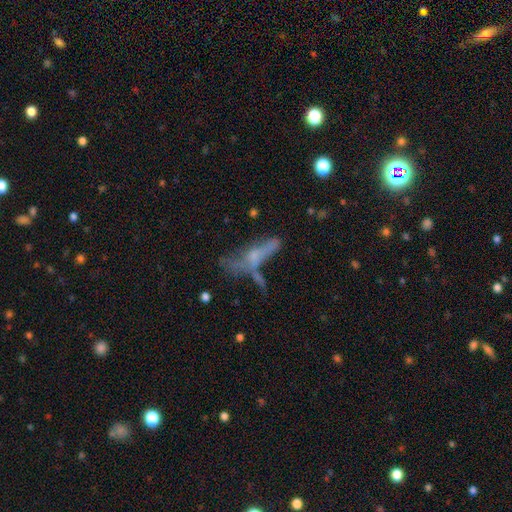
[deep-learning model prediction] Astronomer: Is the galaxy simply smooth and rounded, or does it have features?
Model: featured or disk — 46% (runner-up: smooth, 40%).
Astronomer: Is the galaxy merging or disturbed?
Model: none — 31% (runner-up: major disturbance, 27%).